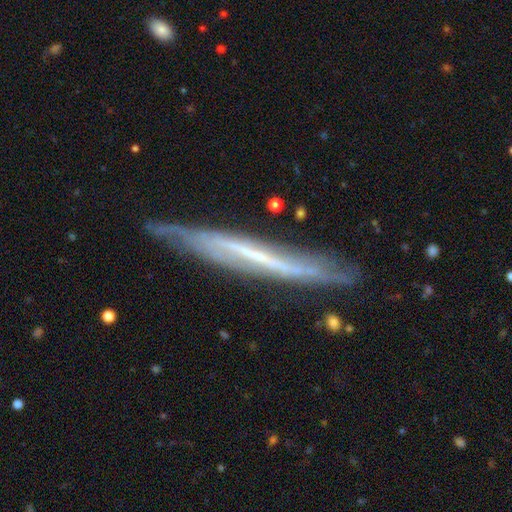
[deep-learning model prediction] The model was most divided on "smooth or featured": featured or disk: 73%, smooth: 20%, star or artifact: 7%. More confident: edge-on bulge — none (83%); edge-on disk — yes (83%); merging — none (74%).